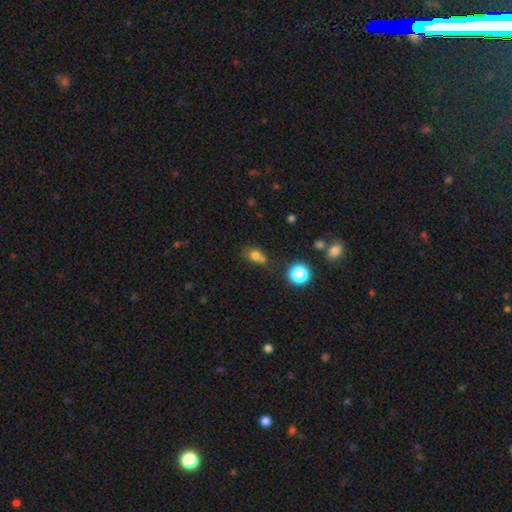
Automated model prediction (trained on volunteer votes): Overall: smooth (71%). How rounded: round (54%; in between 44%). Merging: none (44%; merger 34%).